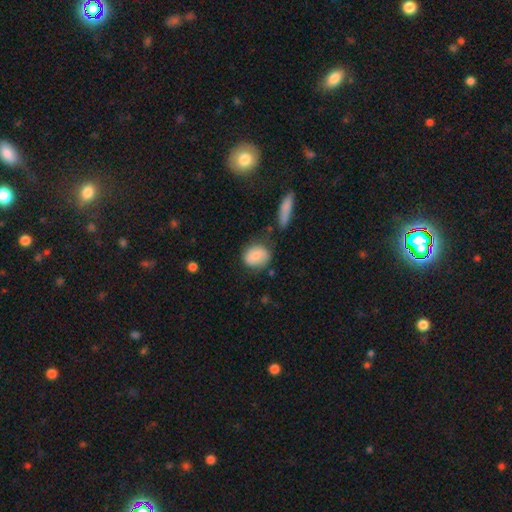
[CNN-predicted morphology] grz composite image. It shows a smooth galaxy with no disk features (77%) that is round (54%). Merging: none (67%).